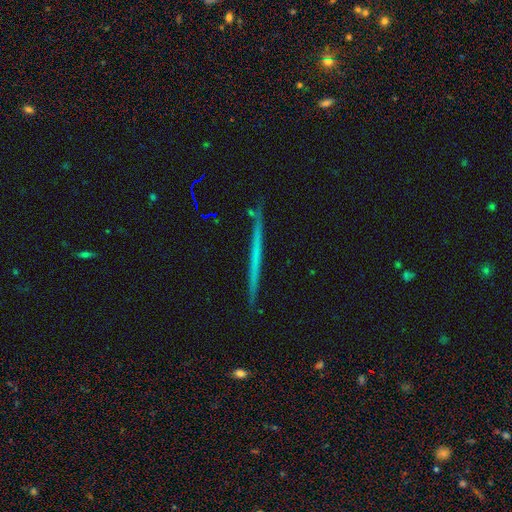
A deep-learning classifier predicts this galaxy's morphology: smooth-or-featured: featured or disk: 56% | smooth: 37% | star or artifact: 7%
  disk-edge-on: yes: 97% | no: 3%
    edge-on-bulge: none: 93% | rounded: 5% | boxy: 3%
  merging: none: 90% | minor disturbance: 7% | major disturbance: 1% | merger: 1%